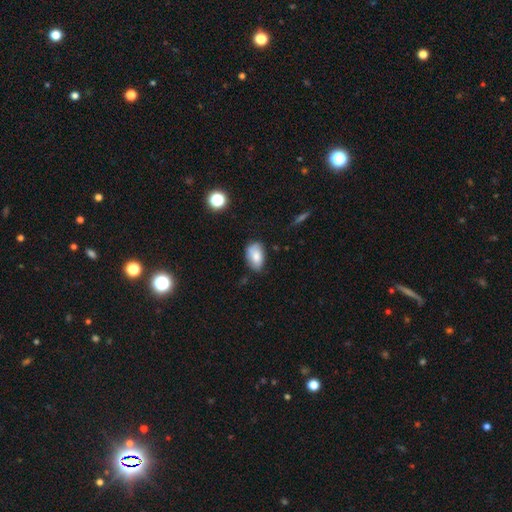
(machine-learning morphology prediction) Q: Smooth or featured?
A: smooth (77%); runner-up: featured or disk (14%)
Q: How rounded?
A: in between (90%); runner-up: round (9%)
Q: Merging?
A: none (63%); runner-up: minor disturbance (29%)